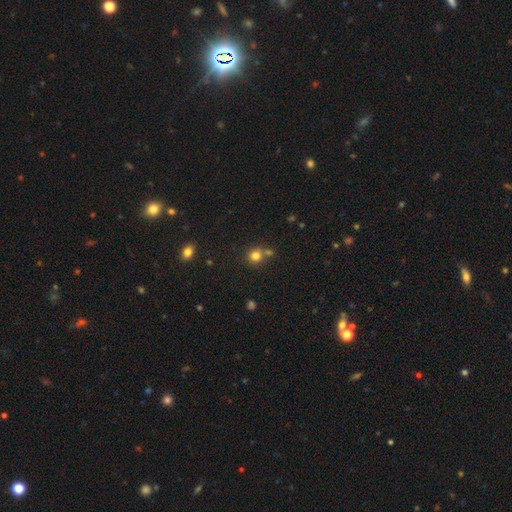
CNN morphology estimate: type=smooth (79%); roundness=round (89%); merging=none (65%).